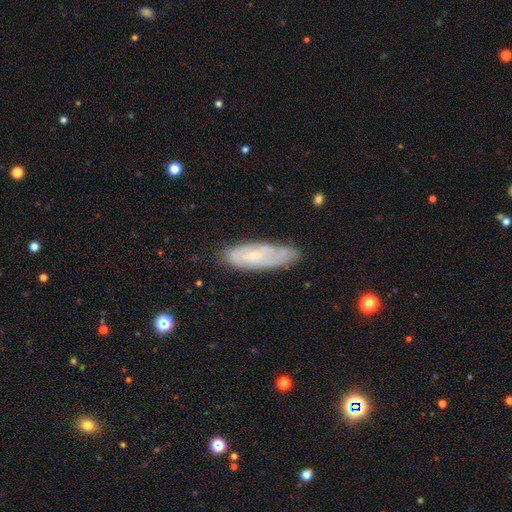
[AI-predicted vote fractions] Smooth or featured? Predicted: featured or disk (p=0.48). Merging? Predicted: none (p=0.70).